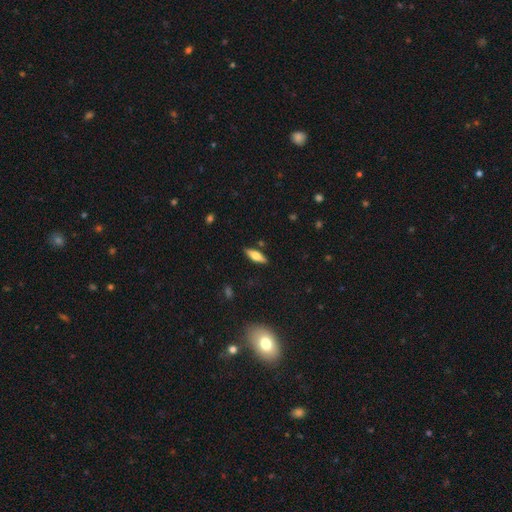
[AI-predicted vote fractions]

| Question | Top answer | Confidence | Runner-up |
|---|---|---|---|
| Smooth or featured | smooth | 55% | featured or disk (38%) |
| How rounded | in between | 52% | cigar-shaped (45%) |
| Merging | none | 86% | minor disturbance (10%) |